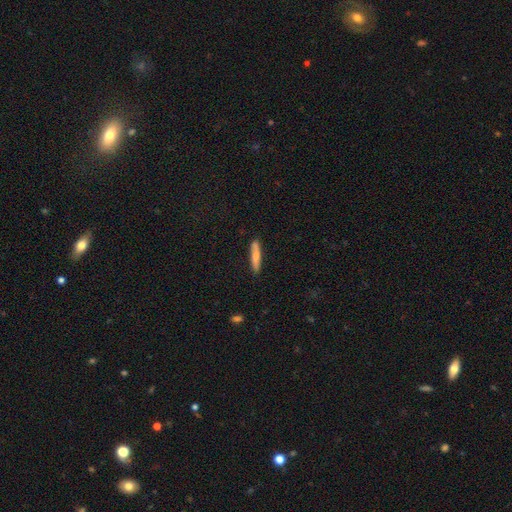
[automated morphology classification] smooth 70%, featured or disk 24%, star or artifact 6%. Down the decision tree: how rounded — cigar-shaped (90%); merging — none (83%).